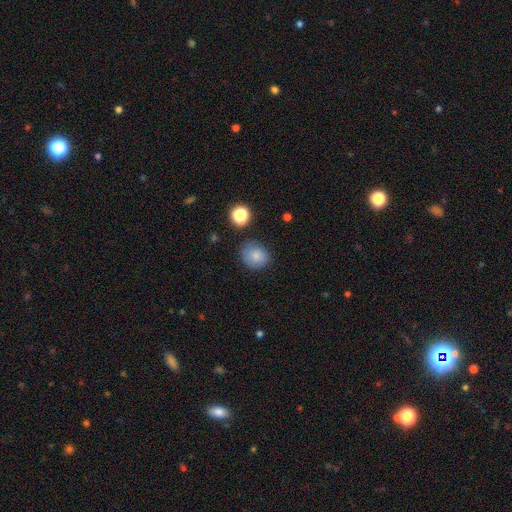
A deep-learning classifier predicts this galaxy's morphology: The model was most divided on "how rounded": round: 72%, in between: 27%, cigar-shaped: 1%. More confident: smooth or featured — smooth (80%); merging — none (74%).